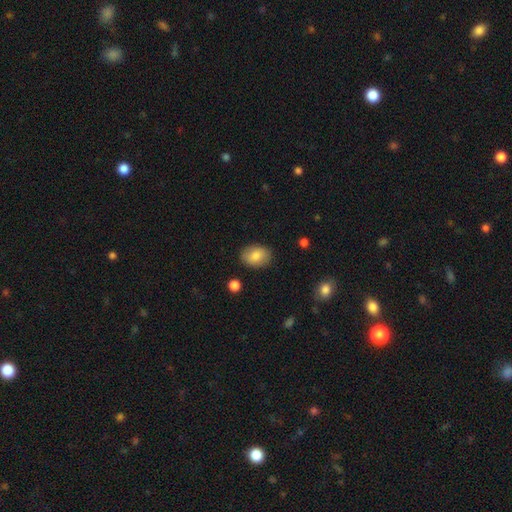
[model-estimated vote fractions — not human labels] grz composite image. It shows a smooth galaxy with no disk features (82%) that is in between round and cigar-shaped (73%). Merging: none (87%).